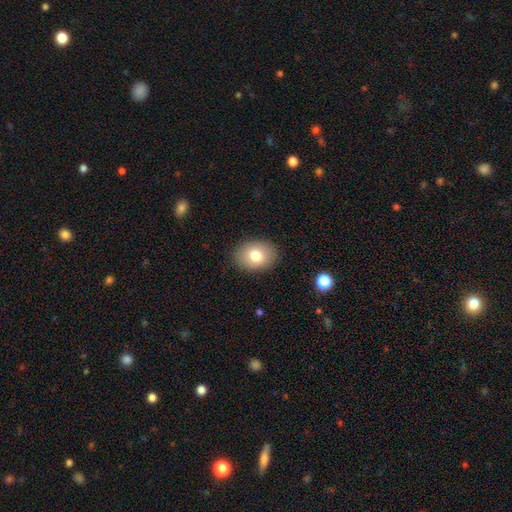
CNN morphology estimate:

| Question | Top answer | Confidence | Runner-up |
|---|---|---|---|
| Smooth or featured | smooth | 78% | featured or disk (13%) |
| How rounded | in between | 69% | round (30%) |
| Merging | none | 88% | minor disturbance (9%) |